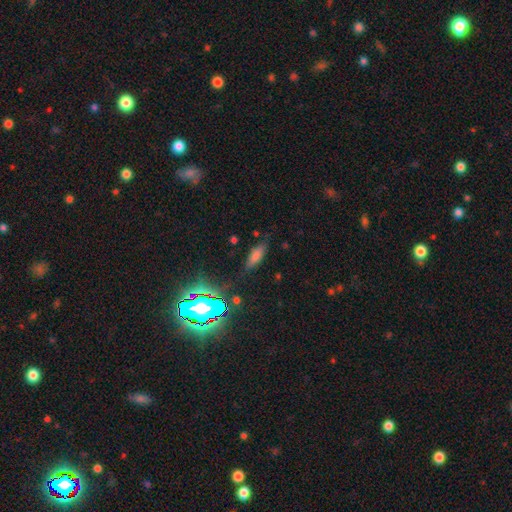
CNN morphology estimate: smooth-or-featured: smooth: 57% | star or artifact: 24% | featured or disk: 19%
  how-rounded: in between: 54% | cigar-shaped: 41% | round: 5%
  merging: none: 76% | minor disturbance: 16% | major disturbance: 5% | merger: 2%